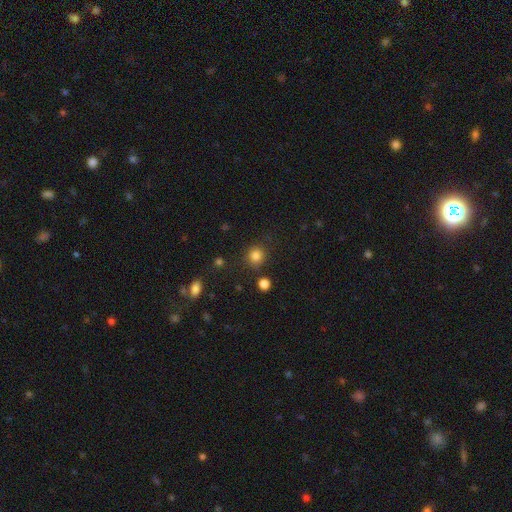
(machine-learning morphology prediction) Q: Smooth or featured?
A: smooth (83%); runner-up: star or artifact (12%)
Q: How rounded?
A: round (88%); runner-up: in between (11%)
Q: Merging?
A: none (84%); runner-up: minor disturbance (9%)